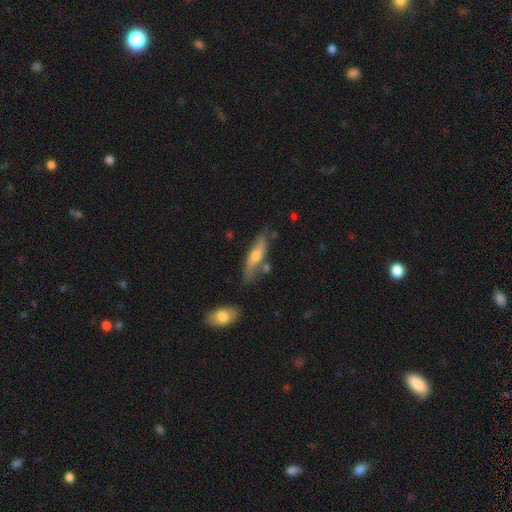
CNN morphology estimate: A smooth galaxy with no disk features (48%).

Vote fractions:
- Smooth or featured? smooth: 48% / featured or disk: 45% / star or artifact: 7%
- Merging? none: 69% / minor disturbance: 19% / merger: 8% / major disturbance: 4%